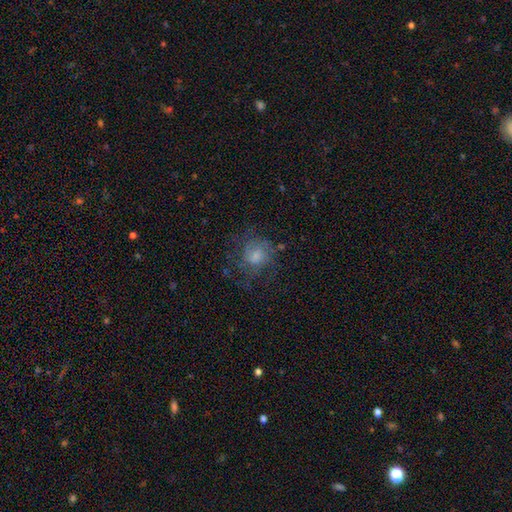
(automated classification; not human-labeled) smooth-or-featured: featured or disk: 46% | smooth: 37% | star or artifact: 17%
  merging: none: 64% | minor disturbance: 18% | major disturbance: 16% | merger: 1%